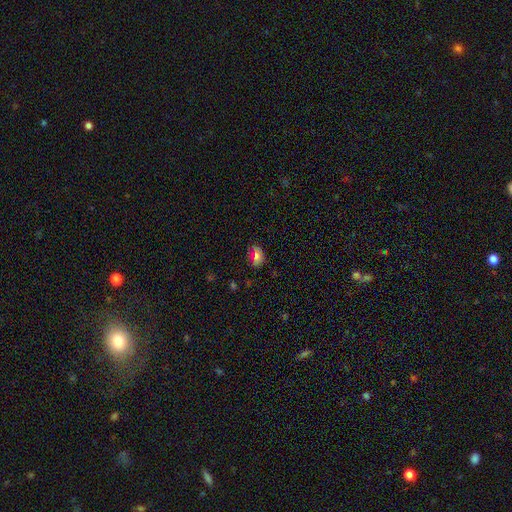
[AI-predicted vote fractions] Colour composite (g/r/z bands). It shows a smooth galaxy with no disk features (65%) that is in between round and cigar-shaped (69%). Merging: none (74%).